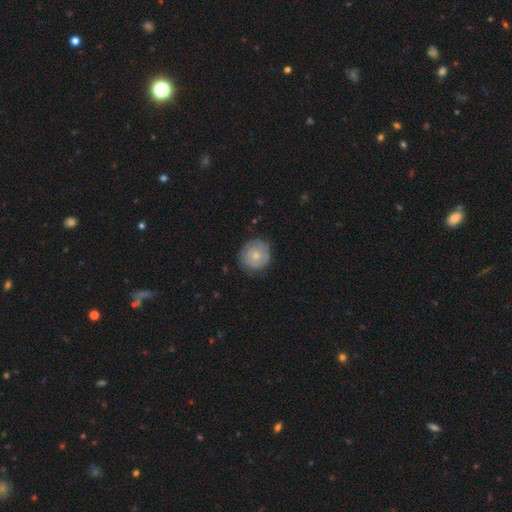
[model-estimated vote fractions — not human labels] This appears to be a smooth galaxy with no disk features (63%) that is round (91%). Merging: none (77%).